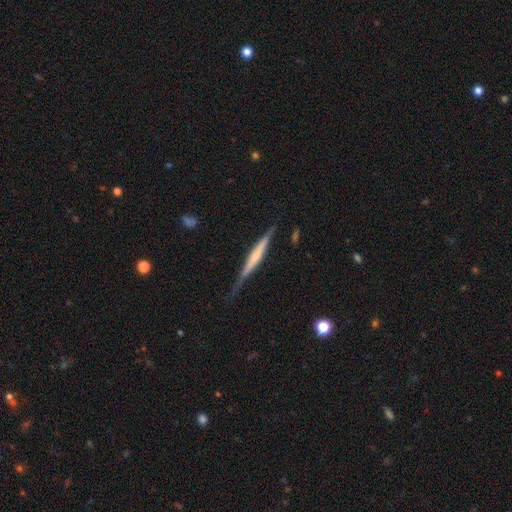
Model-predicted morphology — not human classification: Q: Smooth or featured?
A: featured or disk (64%); runner-up: smooth (31%)
Q: Edge-on disk?
A: yes (97%); runner-up: no (3%)
Q: Edge-on bulge?
A: none (44%); runner-up: rounded (32%)
Q: Merging?
A: none (76%); runner-up: minor disturbance (18%)